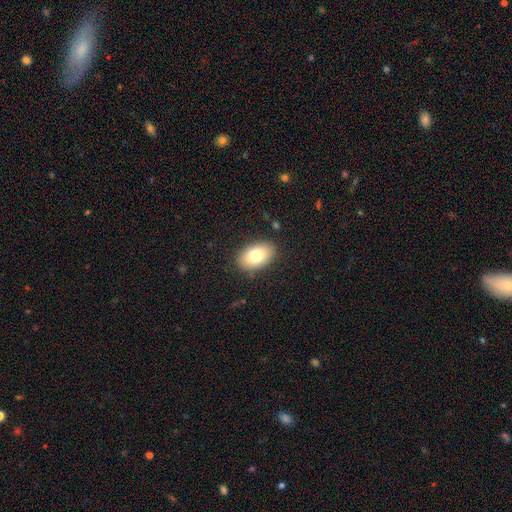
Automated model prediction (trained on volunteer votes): smooth 78%, featured or disk 15%, star or artifact 8%. Down the decision tree: how rounded — in between (91%); merging — none (86%).